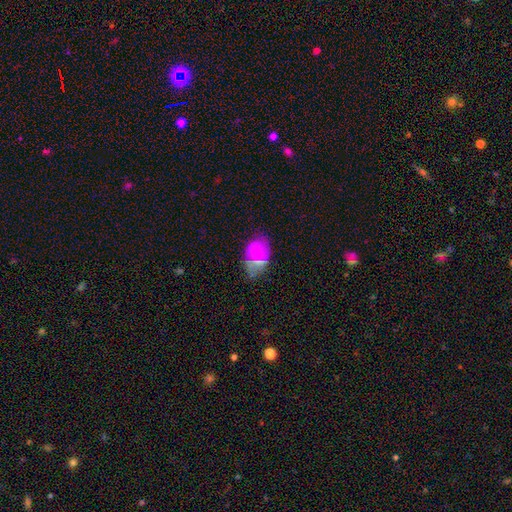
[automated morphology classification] smooth_or_featured: featured or disk (p=0.57) [alt: smooth p=0.32]
disk_edge_on: no (p=0.97) [alt: yes p=0.03]
bar: no (p=0.46) [alt: weak p=0.42]
has_spiral_arms: yes (p=0.76) [alt: no p=0.24]
bulge_size: small (p=0.40) [alt: moderate p=0.30]
merging: none (p=0.59) [alt: minor disturbance p=0.24]